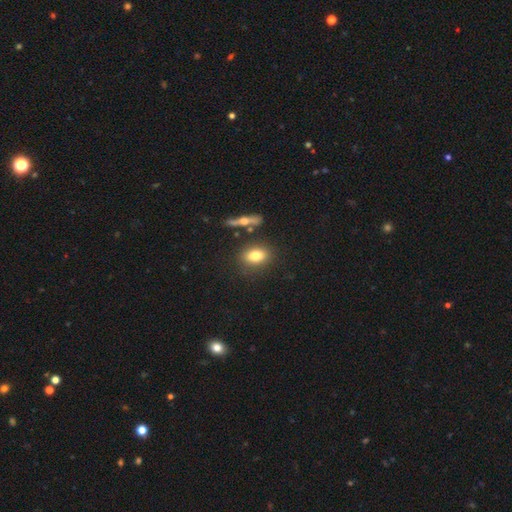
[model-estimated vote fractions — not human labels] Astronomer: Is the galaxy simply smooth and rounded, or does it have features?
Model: smooth — 77%.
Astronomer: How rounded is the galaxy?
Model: in between — 69%.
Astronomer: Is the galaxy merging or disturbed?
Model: none — 80%.